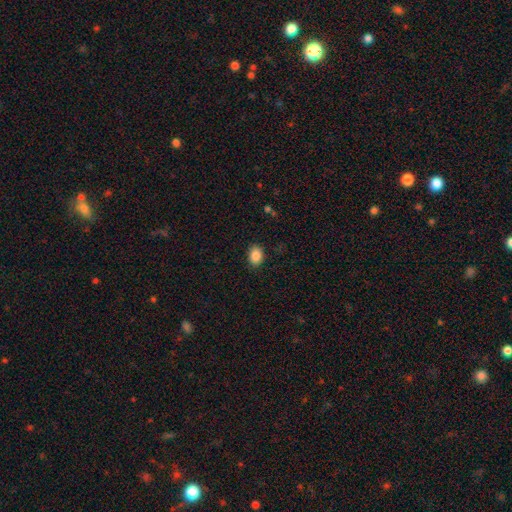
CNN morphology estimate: This is clearly a smooth galaxy (87%). How rounded: likely in between (72%). Merging: clearly none (86%).